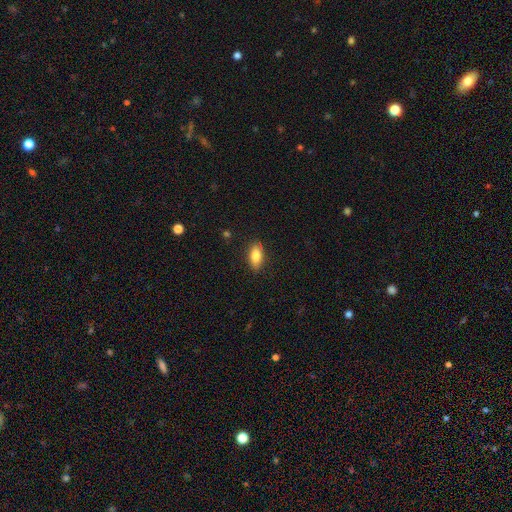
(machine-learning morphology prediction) Smooth or featured? Predicted: smooth (p=0.82). How rounded? Predicted: in between (p=0.87). Merging? Predicted: none (p=0.86).